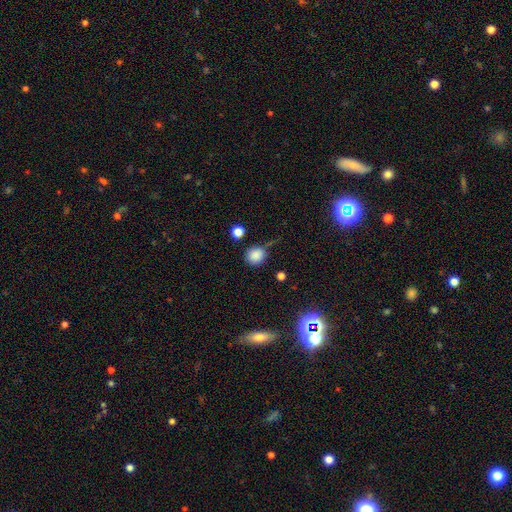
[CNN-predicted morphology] Smooth or featured? Predicted: smooth (p=0.84). How rounded? Predicted: round (p=0.84). Merging? Predicted: none (p=0.65).